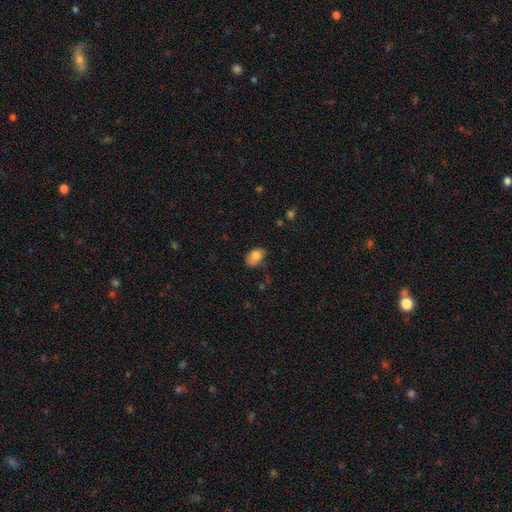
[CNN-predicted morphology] A smooth galaxy with no disk features (80%) that is in between round and cigar-shaped (85%).

Vote fractions:
- Smooth or featured? smooth: 80% / featured or disk: 11% / star or artifact: 9%
- How rounded? in between: 85% / round: 14% / cigar-shaped: 1%
- Merging? none: 54% / minor disturbance: 33% / major disturbance: 10% / merger: 3%